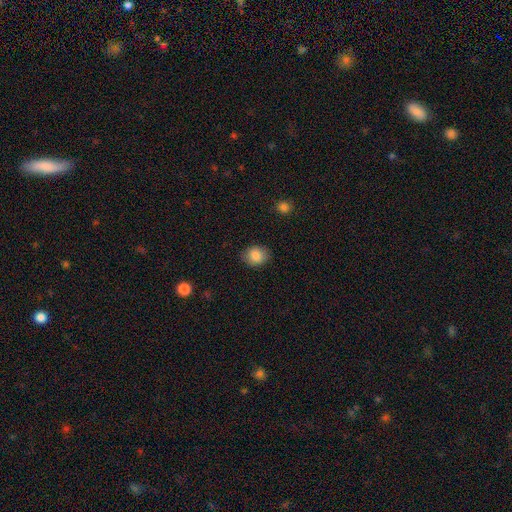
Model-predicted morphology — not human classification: Smooth or featured?
  - smooth: 86% *
  - star or artifact: 8%
  - featured or disk: 5%
How rounded?
  - round: 60% *
  - in between: 39%
  - cigar-shaped: 1%
Merging?
  - none: 85% *
  - minor disturbance: 11%
  - major disturbance: 3%
  - merger: 1%